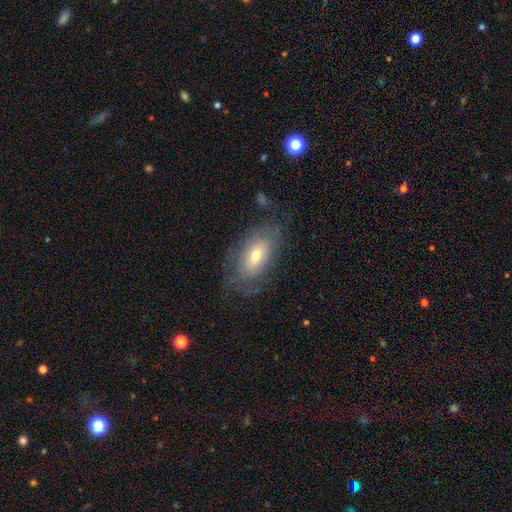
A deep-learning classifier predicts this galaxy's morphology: Overall: smooth (51%; featured or disk 41%). How rounded: in between (89%). Merging: none (67%).